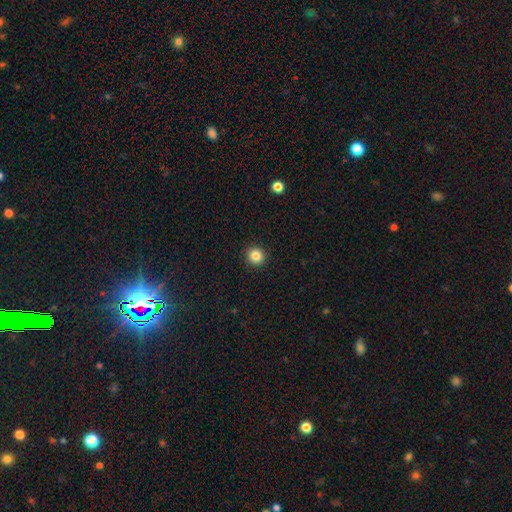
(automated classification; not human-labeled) This is clearly a smooth galaxy (84%). How rounded: clearly round (92%). Merging: clearly none (92%).